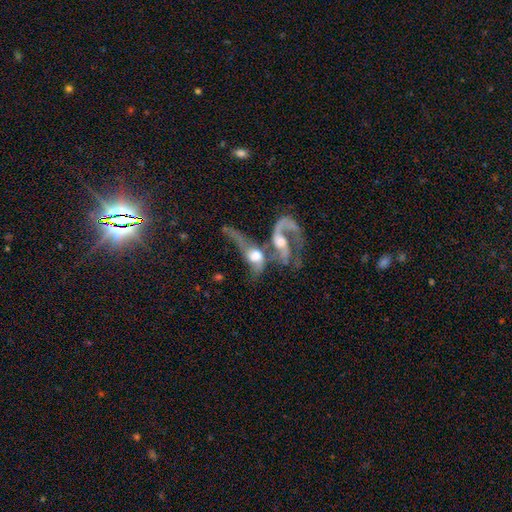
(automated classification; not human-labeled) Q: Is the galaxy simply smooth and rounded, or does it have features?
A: featured or disk — 70%.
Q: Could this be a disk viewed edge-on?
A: no — 89%.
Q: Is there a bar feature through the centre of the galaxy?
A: no — 65%.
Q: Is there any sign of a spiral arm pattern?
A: yes — 74%.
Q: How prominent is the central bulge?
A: moderate — 53%.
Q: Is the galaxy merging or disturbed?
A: merger — 76%.